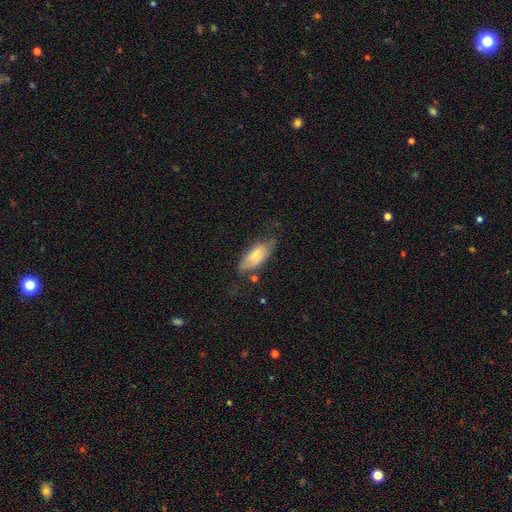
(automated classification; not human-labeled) Morphology: type=smooth (73%); roundness=in between (82%); merging=none (59%).